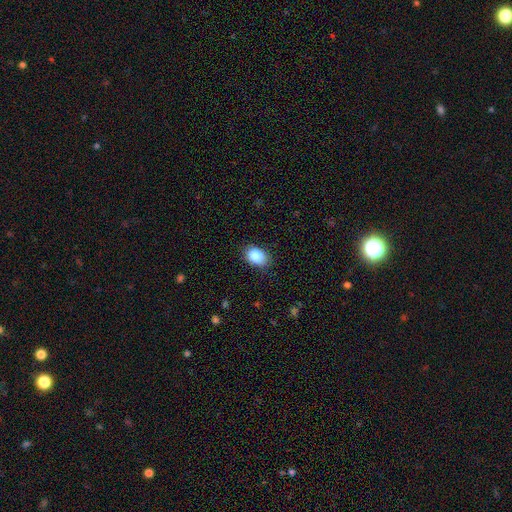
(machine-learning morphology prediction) type=smooth (87%); roundness=in between (78%); merging=none (82%).